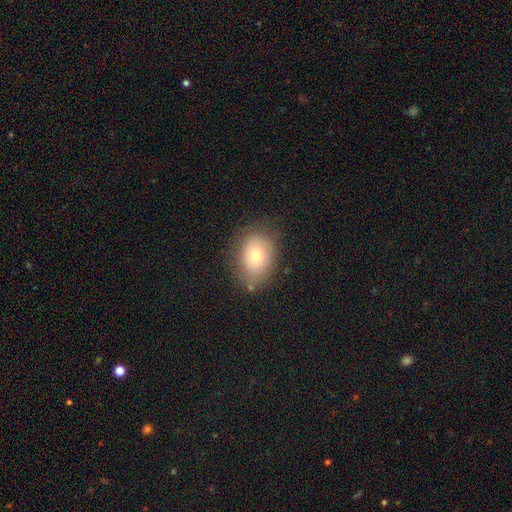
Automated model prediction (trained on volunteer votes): Overall: smooth (71%). How rounded: in between (67%; round 32%). Merging: none (77%).